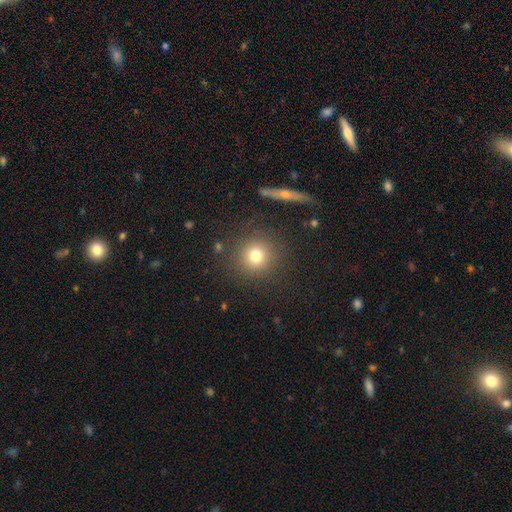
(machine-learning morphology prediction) type=smooth (75%); roundness=round (92%); merging=none (87%).